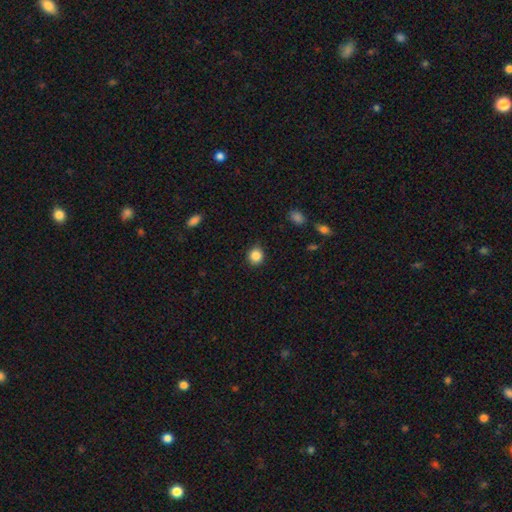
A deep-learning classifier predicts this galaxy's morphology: Smooth or featured: smooth — 86% (star or artifact — 10%)
How rounded: round — 85% (in between — 14%)
Merging: none — 88% (minor disturbance — 9%)